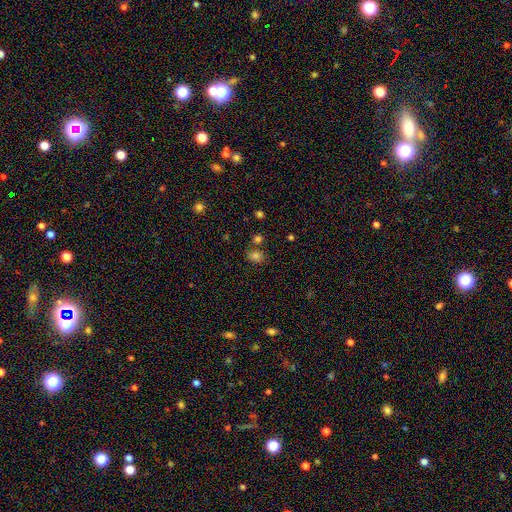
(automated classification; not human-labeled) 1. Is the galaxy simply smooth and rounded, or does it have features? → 79% smooth, 15% star or artifact, 7% featured or disk.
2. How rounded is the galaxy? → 51% round, 48% in between, 1% cigar-shaped.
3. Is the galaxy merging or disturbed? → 72% none, 12% minor disturbance, 12% merger, 4% major disturbance.